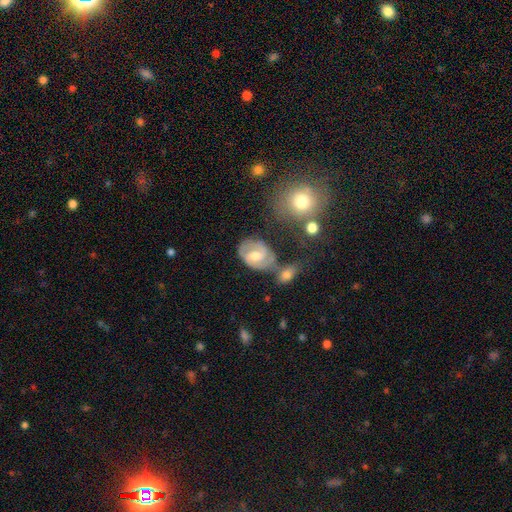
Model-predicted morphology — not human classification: Smooth or featured? featured or disk (75%)
Edge-on disk? no (97%)
Bar? weak (53%)
Spiral arms? yes (91%)
Spiral winding? medium (46%)
Spiral arm count? 2 (79%)
Bulge size? moderate (66%)
Merging? none (57%)